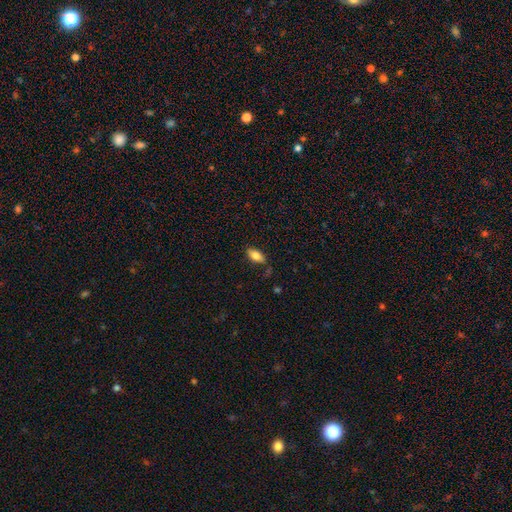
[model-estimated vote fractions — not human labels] The model was most divided on "merging": none: 78%, minor disturbance: 16%, major disturbance: 3%, merger: 3%. More confident: how rounded — in between (89%); smooth or featured — smooth (82%).